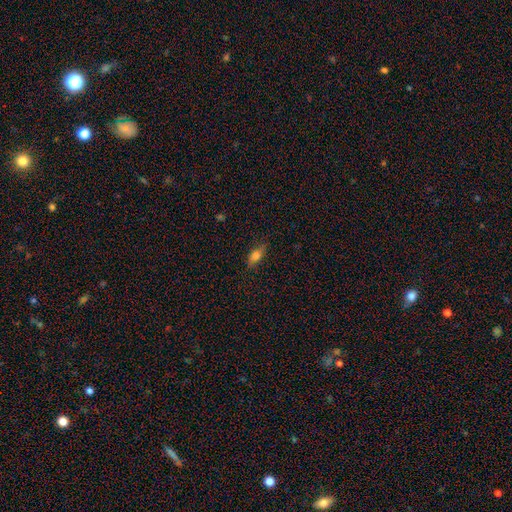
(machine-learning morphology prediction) type=smooth (70%); roundness=in between (75%); merging=none (77%).